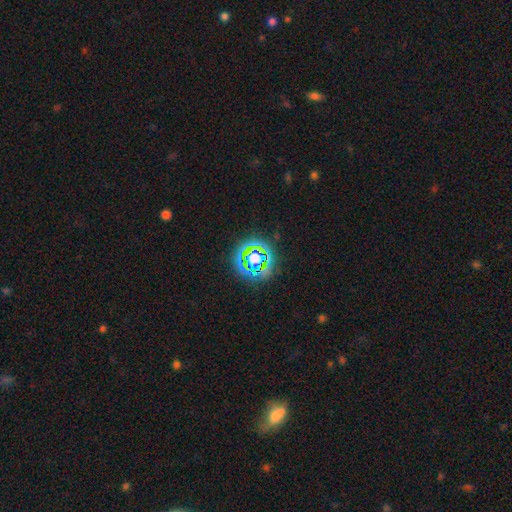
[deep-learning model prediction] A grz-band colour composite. It shows a star or artifact, not a galaxy (66%).